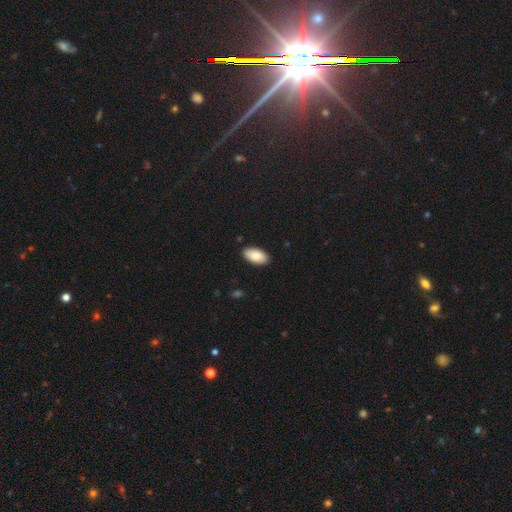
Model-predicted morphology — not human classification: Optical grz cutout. It shows a smooth galaxy with no disk features (86%) that is in between round and cigar-shaped (95%). Merging: none (88%).